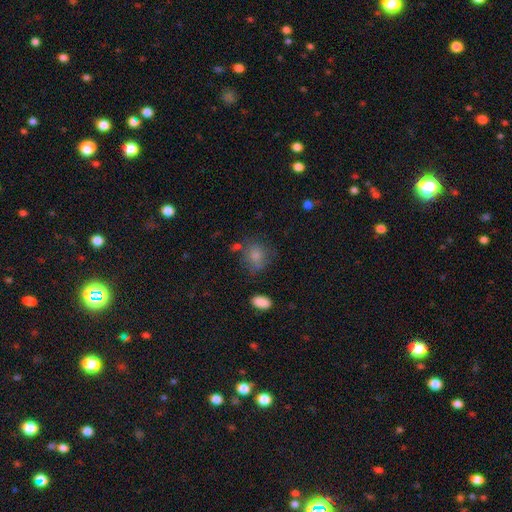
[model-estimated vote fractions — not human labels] Smooth or featured? Predicted: smooth (p=0.78). How rounded? Predicted: round (p=0.68). Merging? Predicted: none (p=0.59).